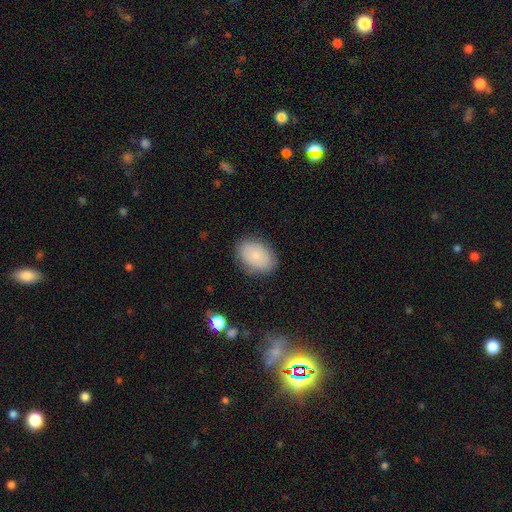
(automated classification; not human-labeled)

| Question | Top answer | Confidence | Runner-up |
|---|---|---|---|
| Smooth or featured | smooth | 81% | featured or disk (12%) |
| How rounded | in between | 84% | round (15%) |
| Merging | none | 84% | minor disturbance (11%) |